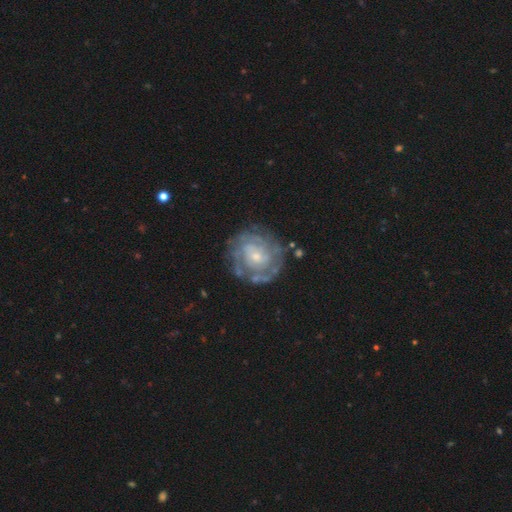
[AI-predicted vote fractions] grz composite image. It shows a featured or disk galaxy (78%) with no bar (75%), tight (71%) spiral arms (80%) and a small central bulge (62%). Merging: none (73%).